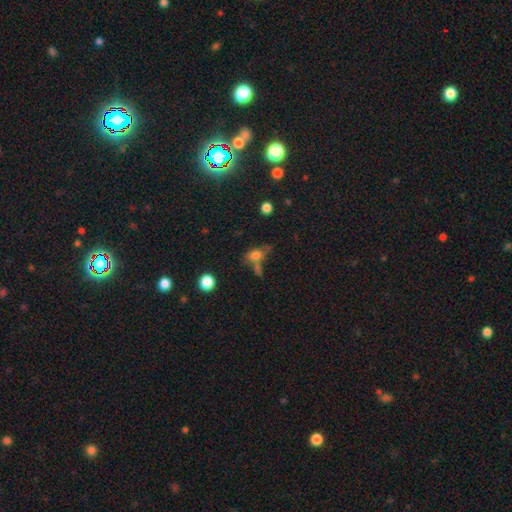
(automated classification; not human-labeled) Smooth or featured? smooth (65%)
How rounded? in between (70%)
Merging? none (42%)